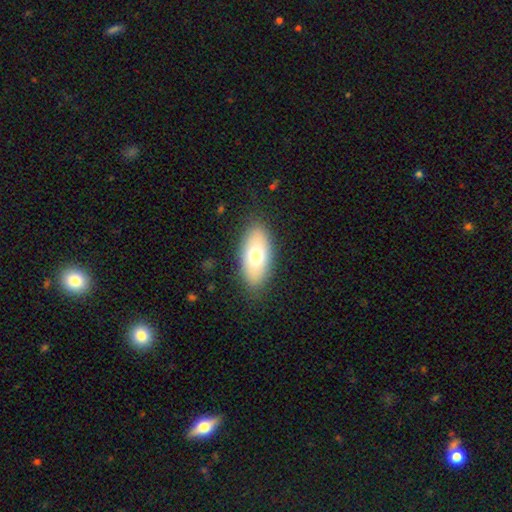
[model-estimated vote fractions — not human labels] Morphology: type=smooth (71%); roundness=in between (89%); merging=none (84%).